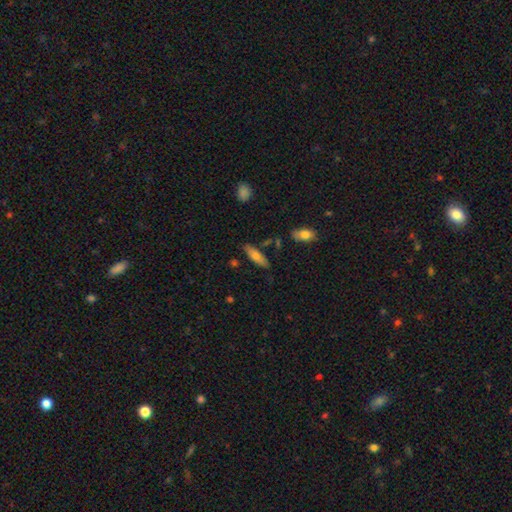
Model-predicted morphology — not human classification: Smooth or featured: smooth — 70% (featured or disk — 24%)
How rounded: cigar-shaped — 49% (tied with in between — 49%)
Merging: none — 80% (minor disturbance — 14%)